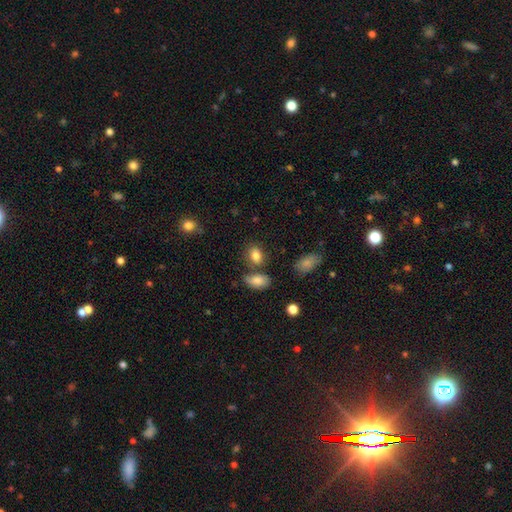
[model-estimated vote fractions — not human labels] Overall: smooth (83%). How rounded: in between (74%). Merging: none (66%).